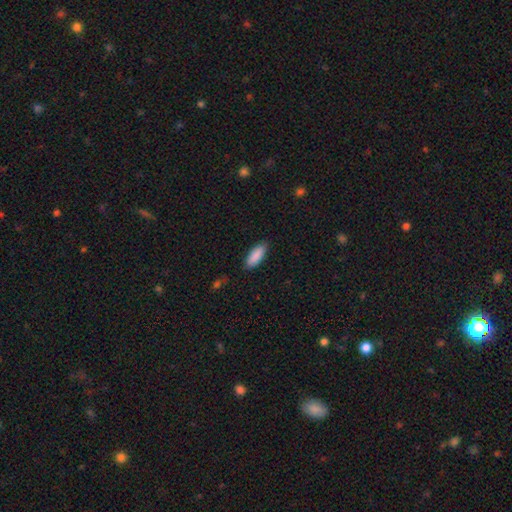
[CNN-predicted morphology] A smooth galaxy with no disk features (90%) that is in between round and cigar-shaped (75%). Merging: none (86%).